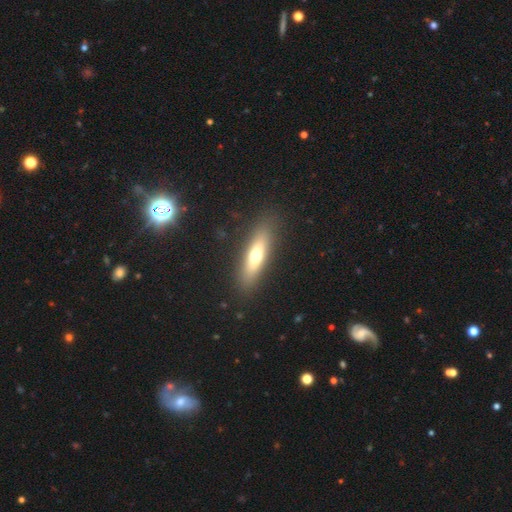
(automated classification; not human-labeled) This is possibly a smooth galaxy (60%). How rounded: likely cigar-shaped (67%). Merging: clearly none (87%).